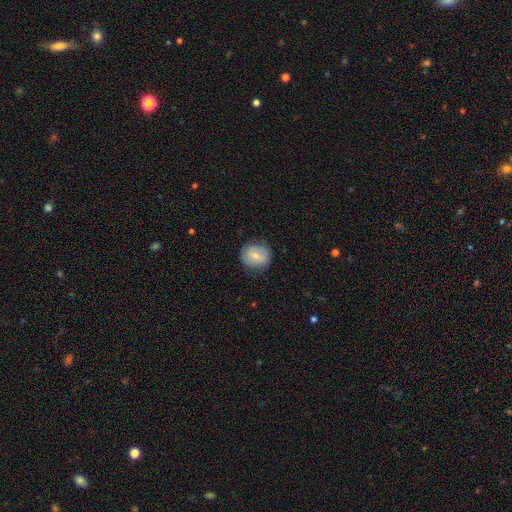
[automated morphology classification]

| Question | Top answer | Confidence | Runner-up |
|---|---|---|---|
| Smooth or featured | smooth | 61% | featured or disk (32%) |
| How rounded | round | 76% | in between (23%) |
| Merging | none | 79% | minor disturbance (15%) |